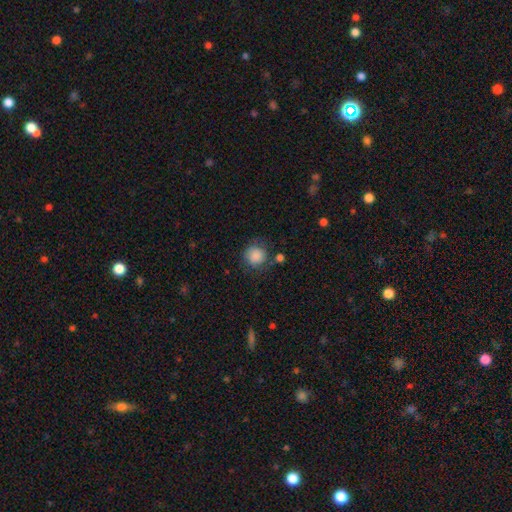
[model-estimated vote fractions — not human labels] This is clearly a smooth galaxy (86%). How rounded: clearly round (90%). Merging: likely none (74%).